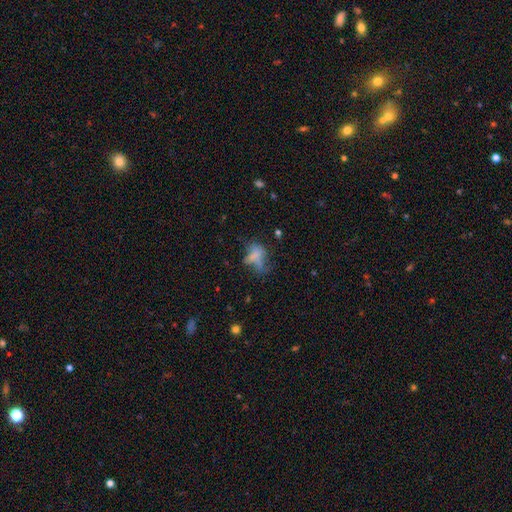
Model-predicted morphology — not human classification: Smooth or featured? smooth (55%)
How rounded? in between (76%)
Merging? major disturbance (36%)